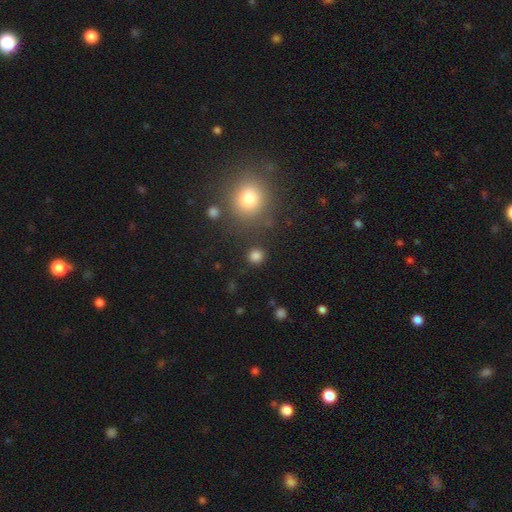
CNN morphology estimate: The model was most divided on "smooth or featured": smooth: 82%, star or artifact: 14%, featured or disk: 4%. More confident: how rounded — round (89%); merging — none (87%).